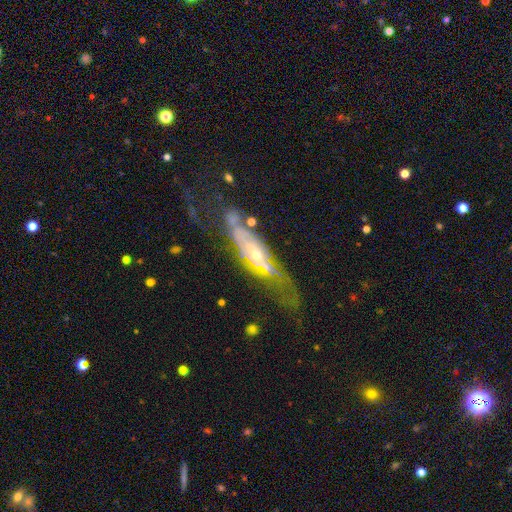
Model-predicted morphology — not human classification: type=featured or disk (77%); edge-on=no (67%); bar=no (61%); spiral arms=yes (70%); bulge=small (52%); merging=none (41%).